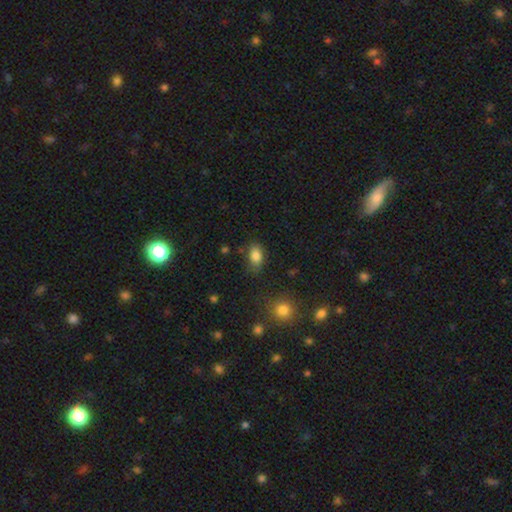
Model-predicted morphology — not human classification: This appears to be a smooth galaxy with no disk features (84%) that is in between round and cigar-shaped (85%). Merging: none (71%).